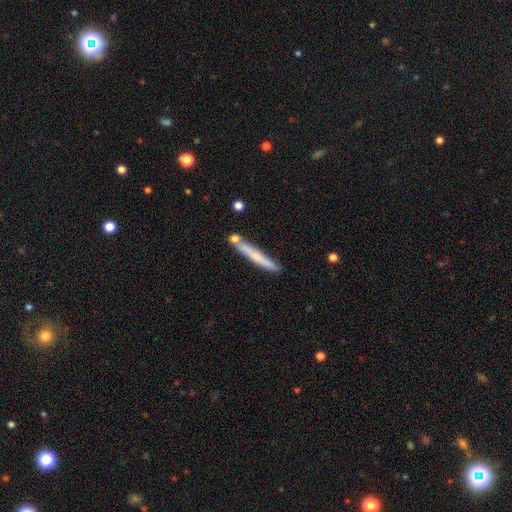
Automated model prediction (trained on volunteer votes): smooth 60%, featured or disk 33%, star or artifact 6%. Down the decision tree: how rounded — cigar-shaped (96%); merging — none (76%).